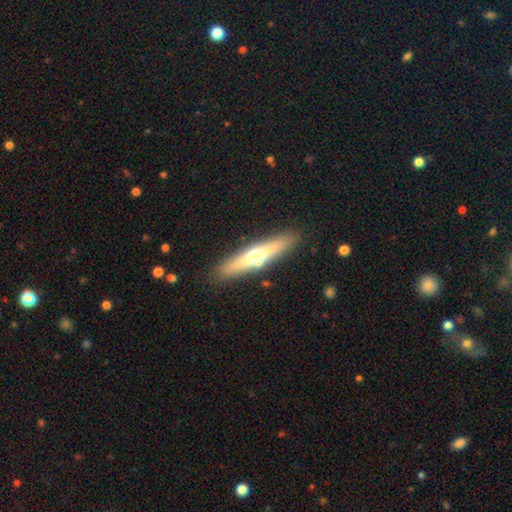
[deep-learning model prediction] Smooth or featured?
  - featured or disk: 52% *
  - smooth: 41%
  - star or artifact: 7%
Edge-on disk?
  - yes: 89% *
  - no: 11%
Merging?
  - none: 87% *
  - minor disturbance: 8%
  - major disturbance: 2%
  - merger: 2%